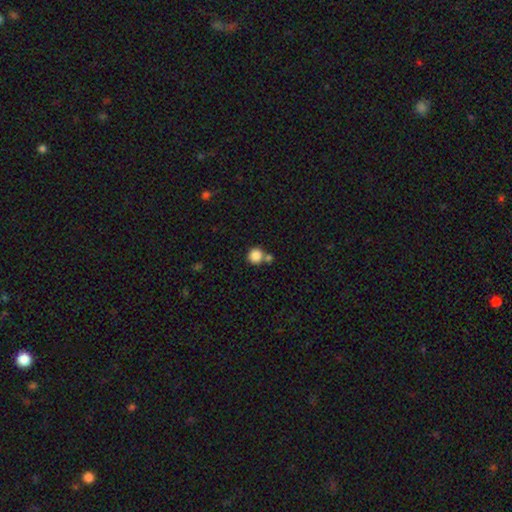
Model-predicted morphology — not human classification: smooth_or_featured: smooth (p=0.86) [alt: star or artifact p=0.10]
how_rounded: round (p=0.92) [alt: in between p=0.07]
merging: none (p=0.60) [alt: merger p=0.29]